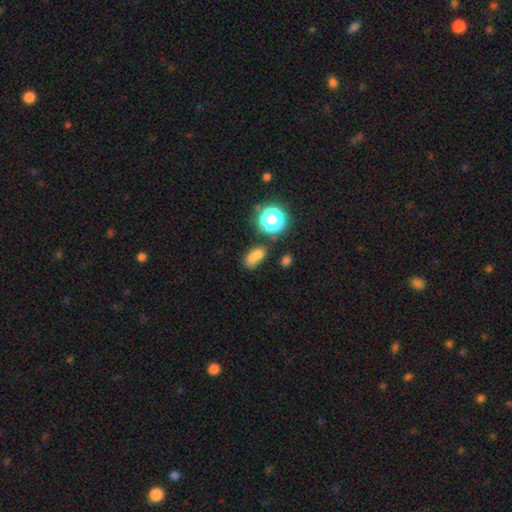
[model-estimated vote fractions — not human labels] A smooth galaxy with no disk features (68%) that is in between round and cigar-shaped (65%).

Vote fractions:
- Smooth or featured? smooth: 68% / star or artifact: 20% / featured or disk: 12%
- How rounded? in between: 65% / round: 31% / cigar-shaped: 4%
- Merging? none: 45% / merger: 31% / minor disturbance: 15% / major disturbance: 9%